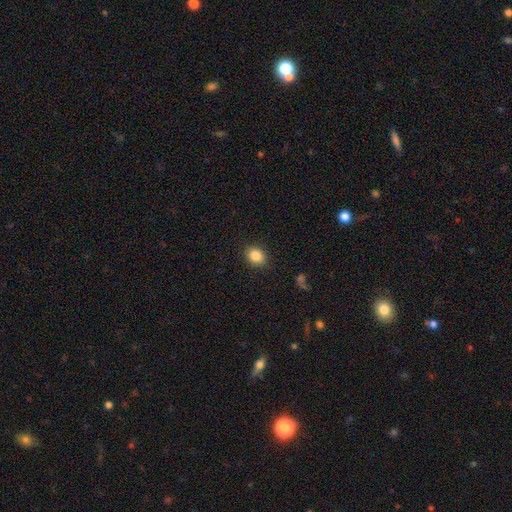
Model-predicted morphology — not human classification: Smooth or featured?
  - smooth: 85% *
  - star or artifact: 9%
  - featured or disk: 5%
How rounded?
  - round: 54% *
  - in between: 45%
  - cigar-shaped: 1%
Merging?
  - none: 89% *
  - minor disturbance: 7%
  - major disturbance: 2%
  - merger: 1%